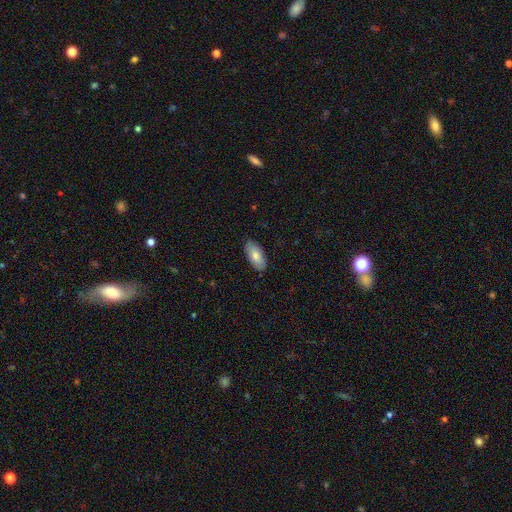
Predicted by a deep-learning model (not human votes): This is likely a smooth galaxy (80%). How rounded: clearly in between (91%). Merging: clearly none (87%).